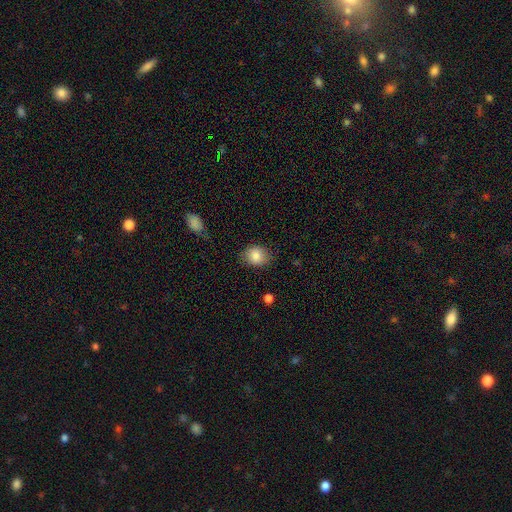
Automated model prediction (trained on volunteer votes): Smooth or featured? smooth (83%)
How rounded? round (57%)
Merging? none (79%)